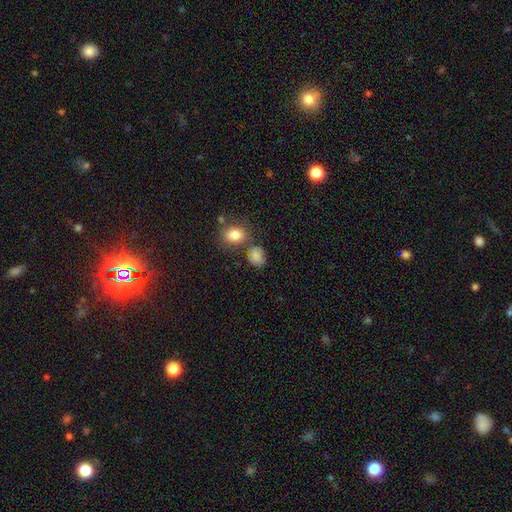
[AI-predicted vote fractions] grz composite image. It shows a smooth galaxy with no disk features (83%) that is in between round and cigar-shaped (51%). Merging: none (60%).